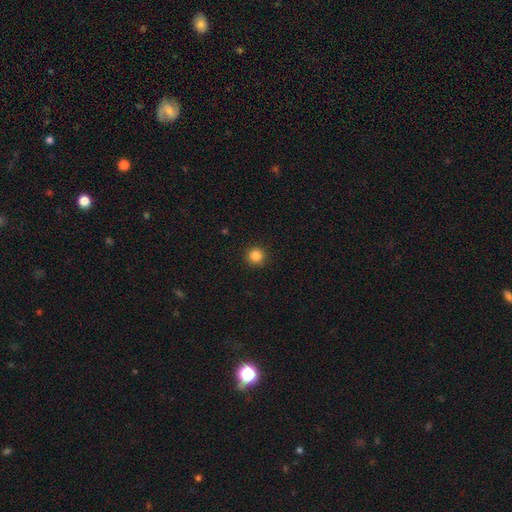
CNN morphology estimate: smooth 85%, star or artifact 11%, featured or disk 3%. Down the decision tree: how rounded — round (95%); merging — none (92%).